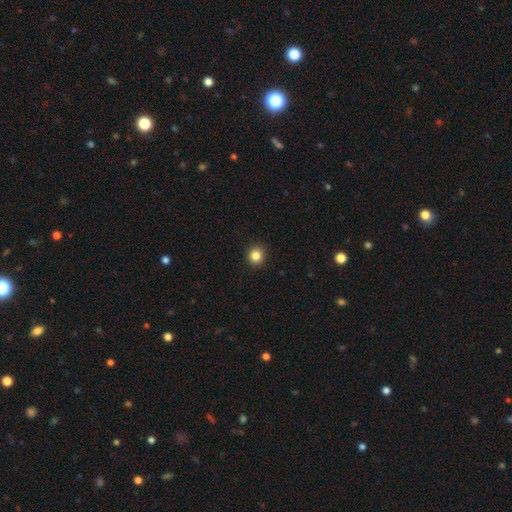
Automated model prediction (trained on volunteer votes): This is clearly a smooth galaxy (84%). How rounded: clearly round (93%). Merging: clearly none (92%).